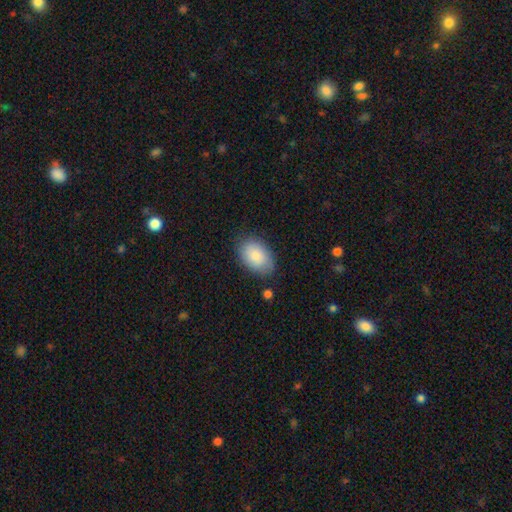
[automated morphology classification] Overall: smooth (86%). How rounded: in between (88%). Merging: none (79%).